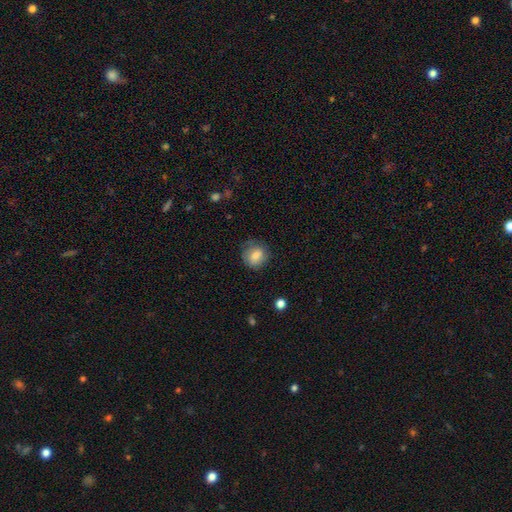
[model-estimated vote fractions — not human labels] The model was most divided on "merging": none: 72%, minor disturbance: 20%, major disturbance: 6%, merger: 1%. More confident: smooth or featured — smooth (81%); how rounded — round (77%).